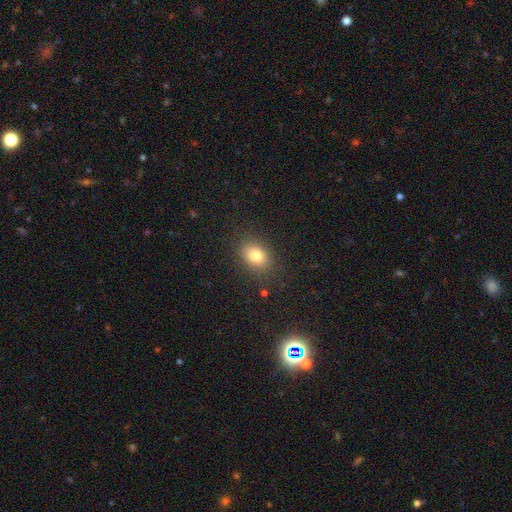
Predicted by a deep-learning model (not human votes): Smooth or featured? Predicted: smooth (p=0.80). How rounded? Predicted: in between (p=0.73). Merging? Predicted: none (p=0.83).